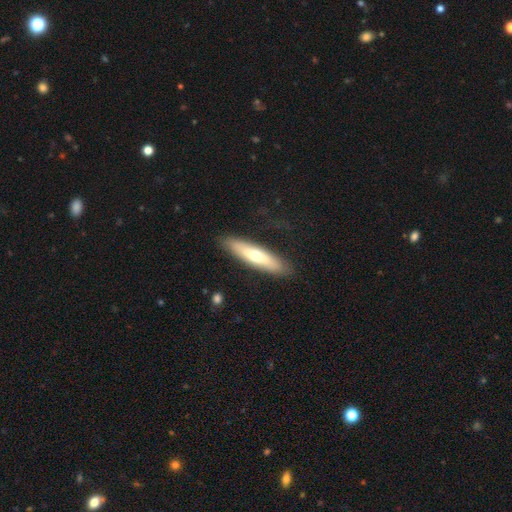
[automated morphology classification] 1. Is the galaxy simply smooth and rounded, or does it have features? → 52% smooth, 42% featured or disk, 5% star or artifact.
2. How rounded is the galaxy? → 75% cigar-shaped, 23% in between, 2% round.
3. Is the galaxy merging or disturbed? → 85% none, 11% minor disturbance, 3% major disturbance, 1% merger.